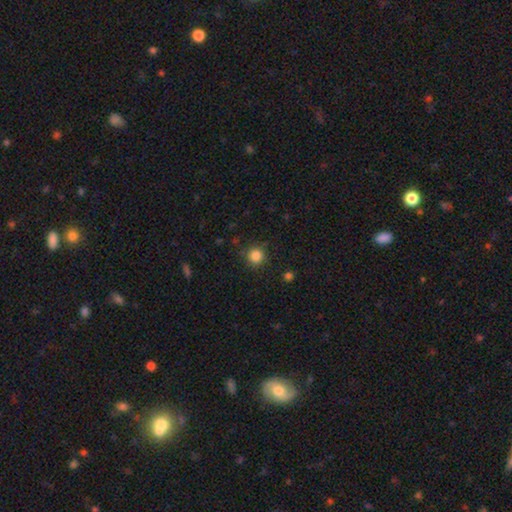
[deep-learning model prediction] smooth-or-featured: smooth: 84% | star or artifact: 12% | featured or disk: 4%
  how-rounded: round: 94% | in between: 5% | cigar-shaped: 1%
  merging: none: 88% | minor disturbance: 8% | major disturbance: 3% | merger: 2%